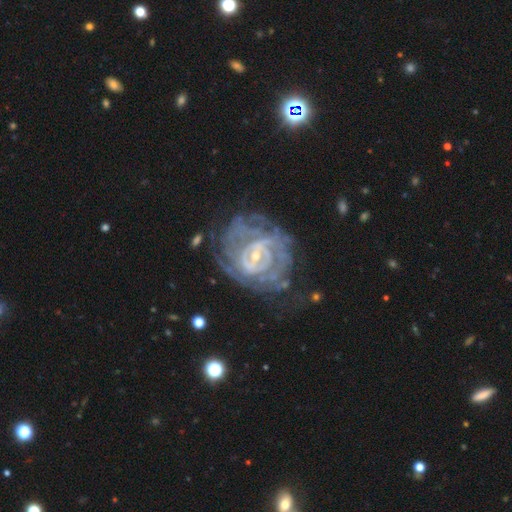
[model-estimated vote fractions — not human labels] Smooth or featured: featured or disk — 87% (smooth — 7%)
Edge-on disk: no — 97% (yes — 3%)
Bar: weak — 45% (no — 34%)
Spiral arms: yes — 91% (no — 9%)
Spiral winding: tight — 73% (medium — 21%)
Spiral arm count: can't tell — 45% (2 — 19%)
Bulge size: small — 75% (moderate — 20%)
Merging: none — 60% (minor disturbance — 20%)